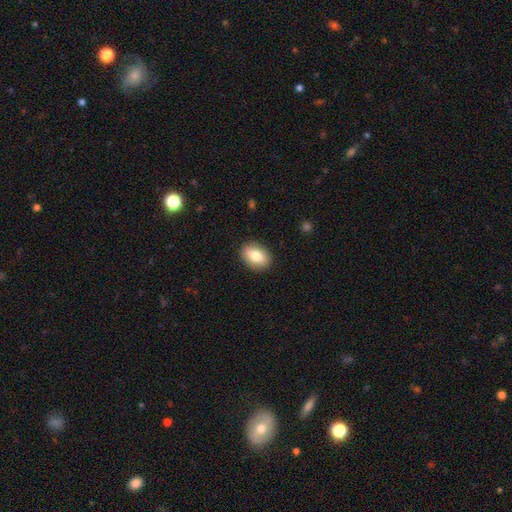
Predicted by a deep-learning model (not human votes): Q: Smooth or featured?
A: smooth (81%); runner-up: featured or disk (12%)
Q: How rounded?
A: in between (80%); runner-up: round (19%)
Q: Merging?
A: none (89%); runner-up: minor disturbance (8%)